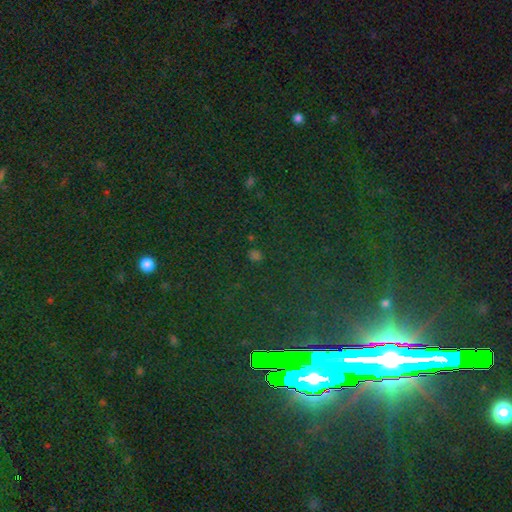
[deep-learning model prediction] Smooth or featured? star or artifact (67%)